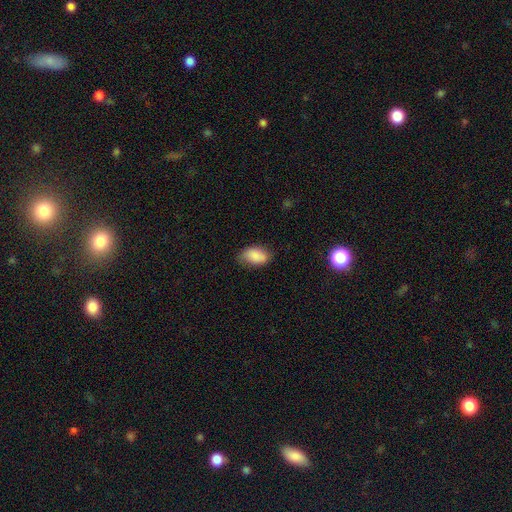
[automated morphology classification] Smooth or featured? smooth (86%)
How rounded? in between (92%)
Merging? none (71%)